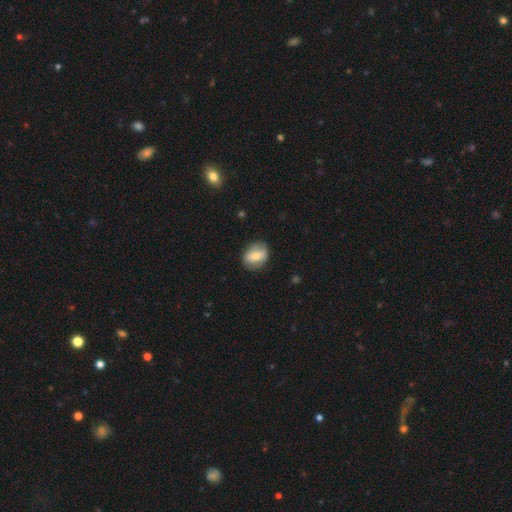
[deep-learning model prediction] Overall: smooth (62%; featured or disk 30%). How rounded: in between (56%; round 42%). Merging: none (82%).